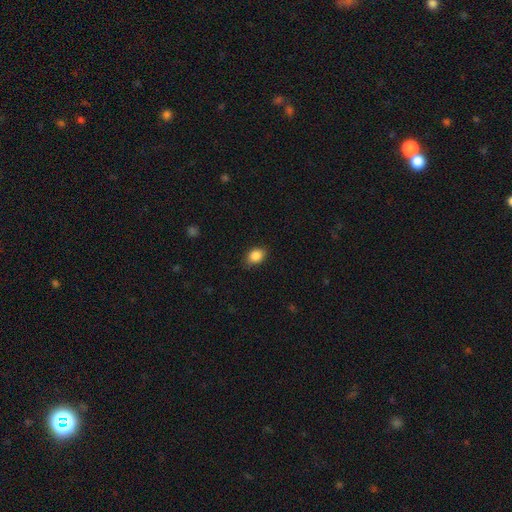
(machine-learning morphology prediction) This appears to be a smooth galaxy with no disk features (87%) that is in between round and cigar-shaped (69%). Merging: none (83%).